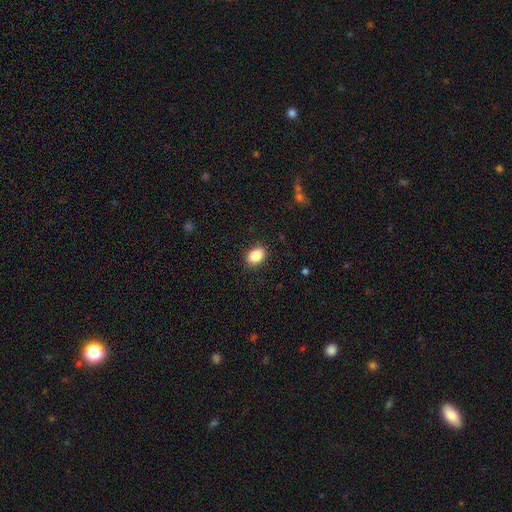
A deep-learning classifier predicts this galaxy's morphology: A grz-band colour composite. It shows a smooth galaxy with no disk features (87%) that is in between round and cigar-shaped (79%). Merging: none (87%).